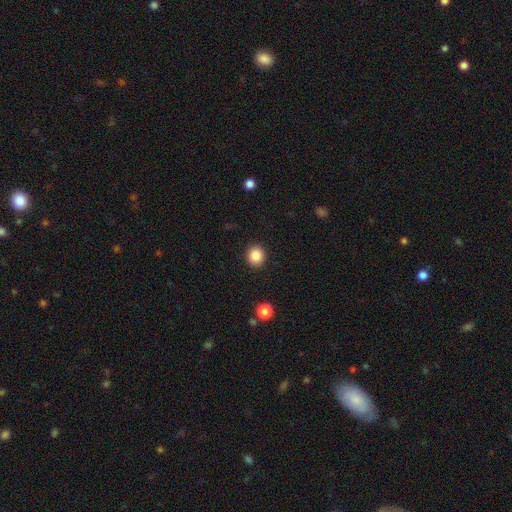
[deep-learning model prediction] A smooth galaxy with no disk features (85%) that is round (87%).

Vote fractions:
- Smooth or featured? smooth: 85% / star or artifact: 10% / featured or disk: 5%
- How rounded? round: 87% / in between: 12% / cigar-shaped: 1%
- Merging? none: 92% / minor disturbance: 5% / major disturbance: 2% / merger: 1%